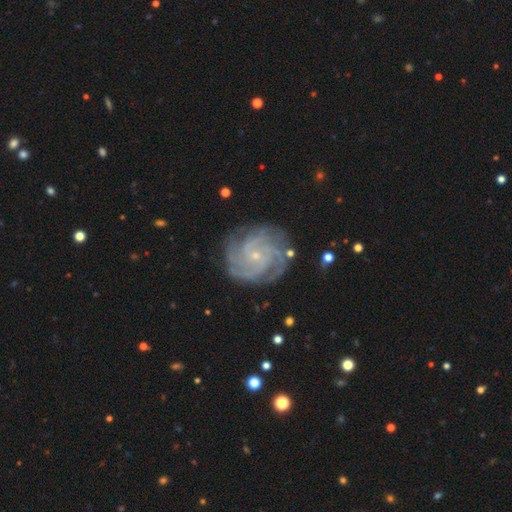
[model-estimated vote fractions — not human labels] A featured or disk galaxy (89%) with no bar (69%), 4 (28%) tight (71%) spiral arms (98%) and a small central bulge (84%).

Vote fractions:
- Smooth or featured? featured or disk: 89% / star or artifact: 6% / smooth: 5%
- Edge-on disk? no: 98% / yes: 2%
- Bar? no: 69% / weak: 24% / strong: 6%
- Spiral arms? yes: 98% / no: 2%
- Spiral winding? tight: 71% / medium: 25% / loose: 4%
- Spiral arm count? 4: 28% / 3: 25% / can't tell: 17% / 2: 13% / more than 4: 10% / 1: 7%
- Bulge size? small: 84% / moderate: 11% / none: 3% / large: 1% / dominant: 1%
- Merging? none: 81% / minor disturbance: 14% / major disturbance: 4% / merger: 2%